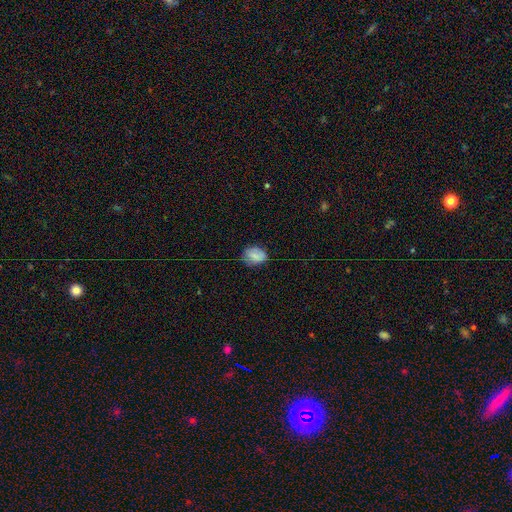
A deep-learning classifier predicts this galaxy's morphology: Overall: smooth (75%). How rounded: in between (68%; round 31%). Merging: none (71%).